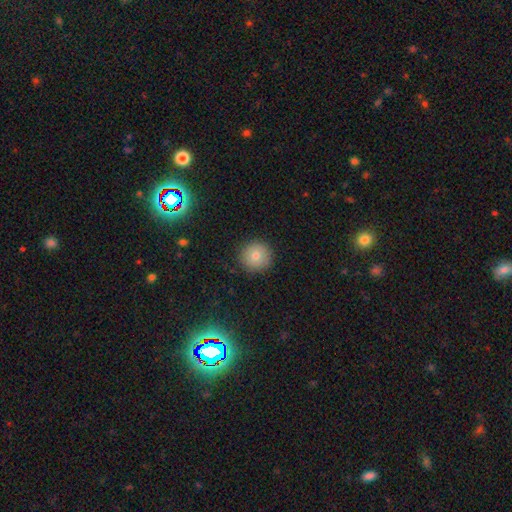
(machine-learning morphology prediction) Q: Smooth or featured?
A: smooth (76%); runner-up: star or artifact (13%)
Q: How rounded?
A: round (95%); runner-up: in between (4%)
Q: Merging?
A: none (91%); runner-up: minor disturbance (6%)